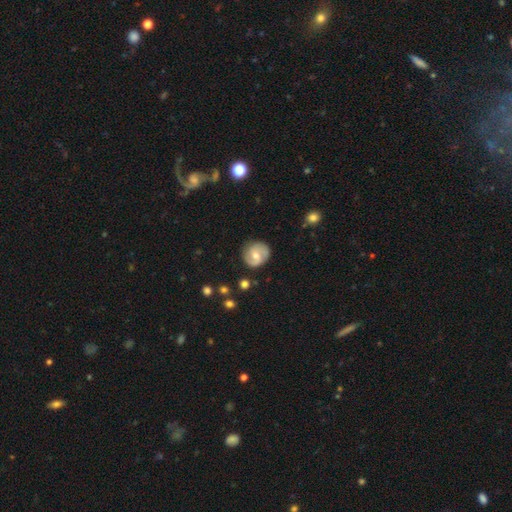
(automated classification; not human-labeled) A featured or disk galaxy (61%) with no bar (46%), 2 (84%) medium (45%) spiral arms (86%) and a moderate central bulge (60%). Merging: none (83%).